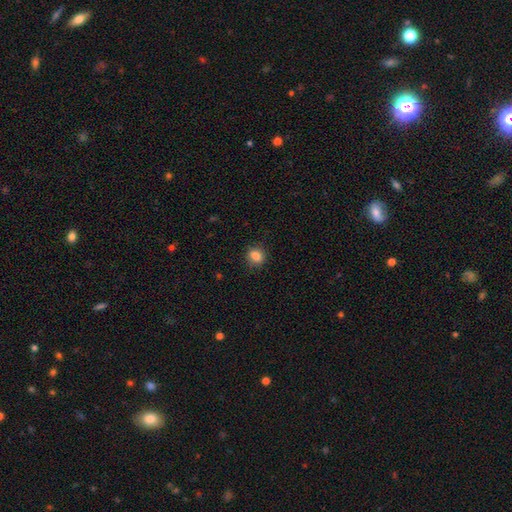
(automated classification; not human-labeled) A smooth galaxy with no disk features (86%) that is round (62%).

Vote fractions:
- Smooth or featured? smooth: 86% / star or artifact: 10% / featured or disk: 4%
- How rounded? round: 62% / in between: 37% / cigar-shaped: 1%
- Merging? none: 85% / minor disturbance: 11% / major disturbance: 3% / merger: 1%